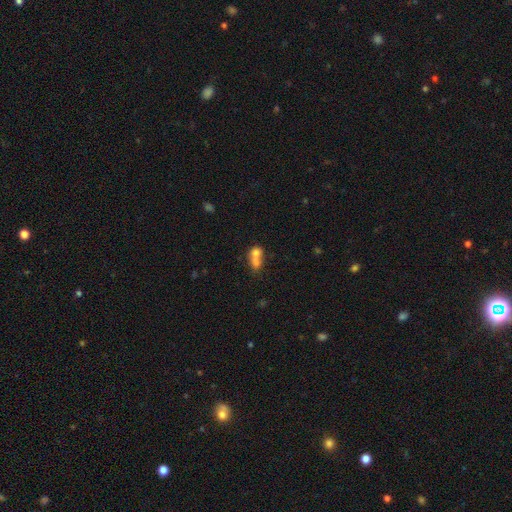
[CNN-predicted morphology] type=smooth (68%); roundness=in between (48%, tied with round); merging=merger (65%).